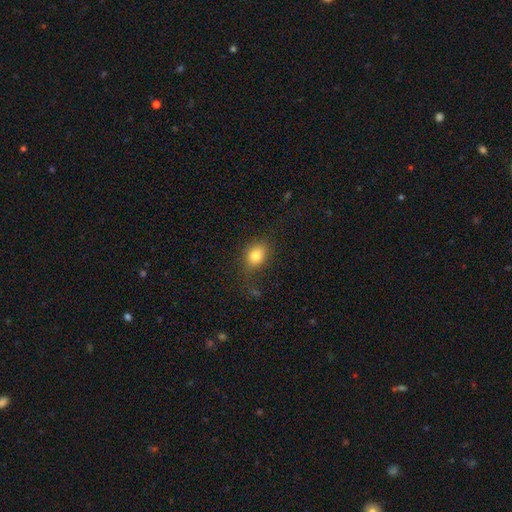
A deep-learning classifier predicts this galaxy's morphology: Smooth or featured? smooth (81%)
How rounded? in between (62%)
Merging? none (71%)